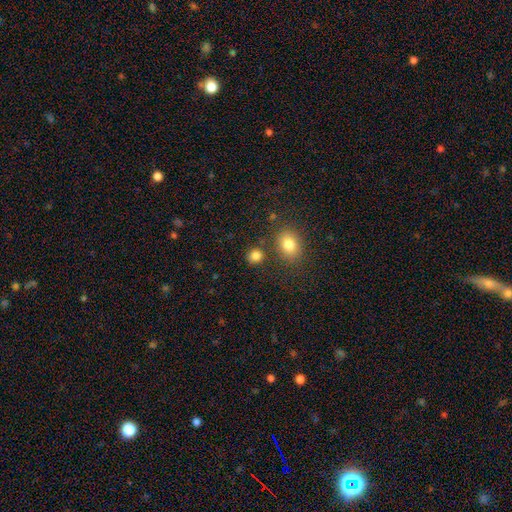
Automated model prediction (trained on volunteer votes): smooth 83%, star or artifact 12%, featured or disk 5%. Down the decision tree: how rounded — round (77%); merging — none (80%).